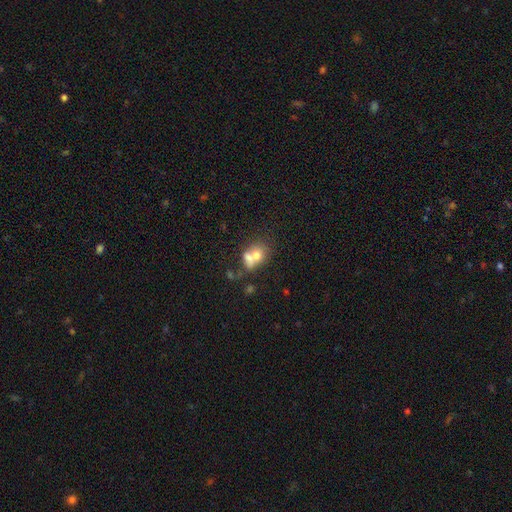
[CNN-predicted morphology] Smooth or featured? smooth (65%)
How rounded? round (52%)
Merging? merger (61%)